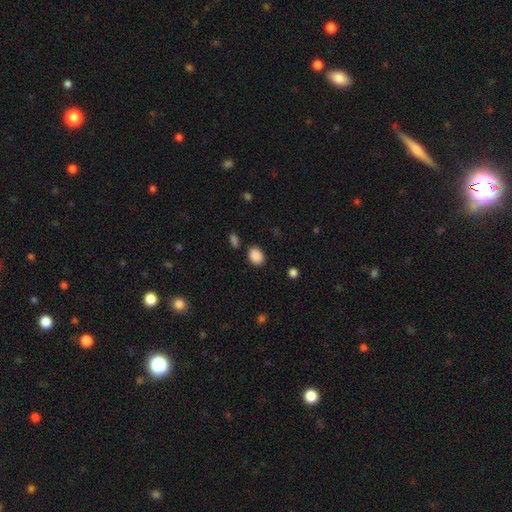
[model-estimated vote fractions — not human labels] The model was most divided on "how rounded": in between: 70%, round: 29%, cigar-shaped: 1%. More confident: smooth or featured — smooth (88%); merging — none (83%).